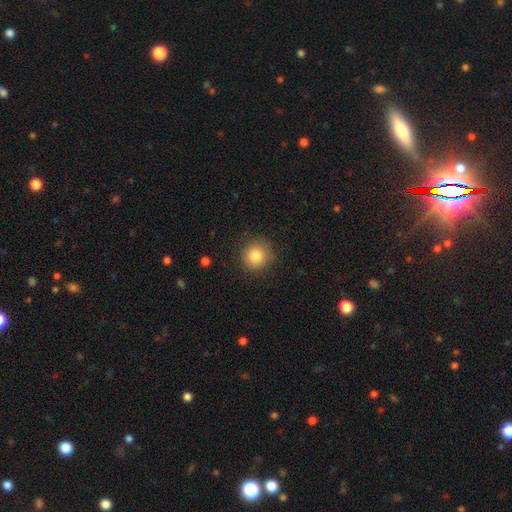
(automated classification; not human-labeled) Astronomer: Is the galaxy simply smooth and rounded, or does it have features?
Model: smooth — 83%.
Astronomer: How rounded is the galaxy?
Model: round — 90%.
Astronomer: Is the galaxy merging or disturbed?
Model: none — 87%.